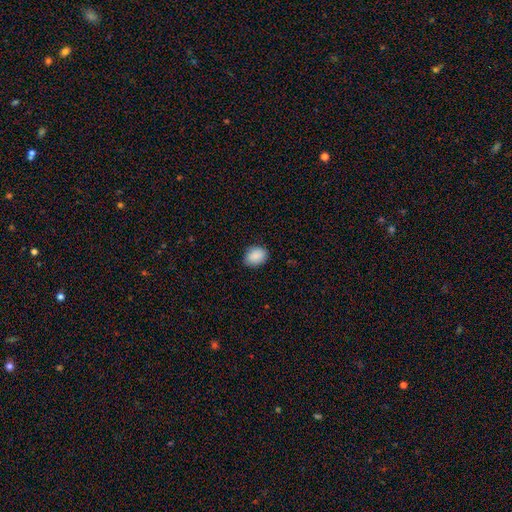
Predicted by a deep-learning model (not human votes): Q: Smooth or featured?
A: smooth (89%); runner-up: star or artifact (7%)
Q: How rounded?
A: in between (60%); runner-up: round (39%)
Q: Merging?
A: none (83%); runner-up: minor disturbance (14%)